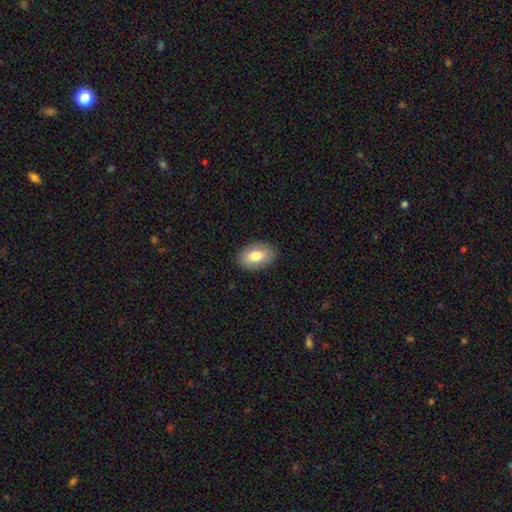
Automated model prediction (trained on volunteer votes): A smooth galaxy with no disk features (74%) that is in between round and cigar-shaped (89%). Merging: none (87%).